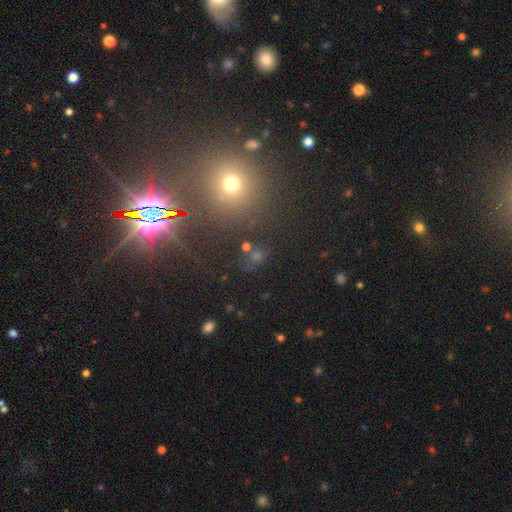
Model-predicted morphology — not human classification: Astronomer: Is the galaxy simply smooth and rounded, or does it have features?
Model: star or artifact — 53% (runner-up: smooth, 35%).